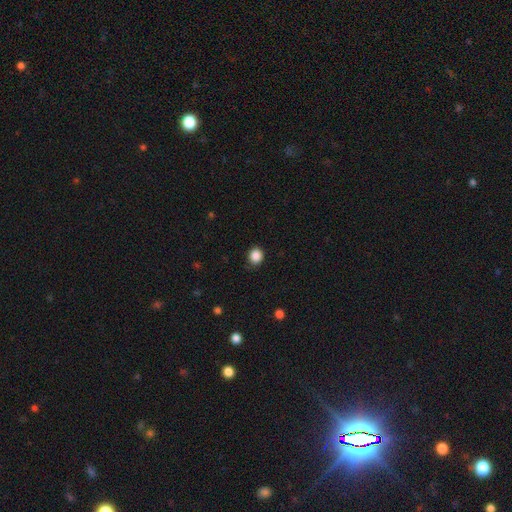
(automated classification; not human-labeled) This appears to be a smooth galaxy with no disk features (87%) that is round (79%). Merging: none (86%).